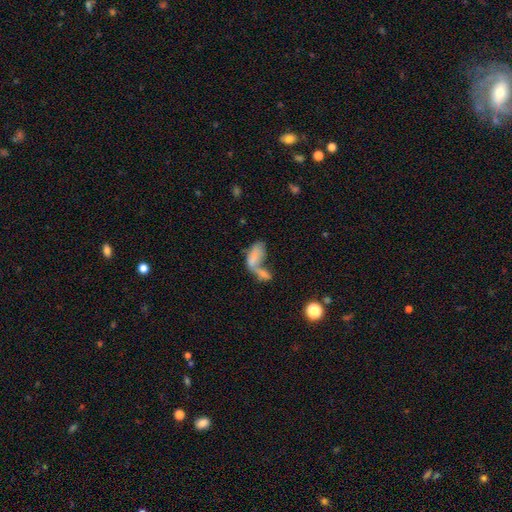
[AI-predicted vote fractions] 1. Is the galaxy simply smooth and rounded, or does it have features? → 66% smooth, 23% featured or disk, 11% star or artifact.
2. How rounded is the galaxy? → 81% in between, 15% cigar-shaped, 4% round.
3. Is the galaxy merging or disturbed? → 65% merger, 14% none, 12% major disturbance, 8% minor disturbance.